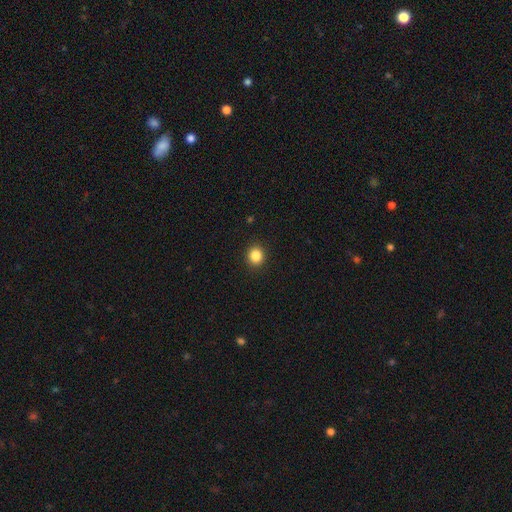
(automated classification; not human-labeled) Smooth or featured? smooth (85%)
How rounded? round (81%)
Merging? none (92%)